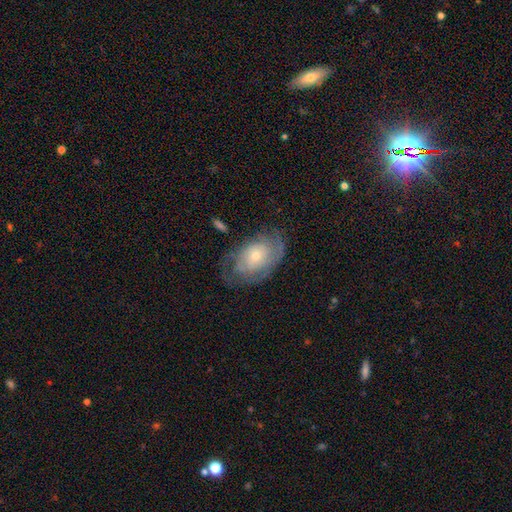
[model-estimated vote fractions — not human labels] Q: Smooth or featured?
A: featured or disk (65%); runner-up: smooth (28%)
Q: Edge-on disk?
A: no (95%); runner-up: yes (5%)
Q: Bar?
A: no (80%); runner-up: weak (17%)
Q: Spiral arms?
A: yes (75%); runner-up: no (25%)
Q: Bulge size?
A: small (56%); runner-up: moderate (37%)
Q: Merging?
A: none (63%); runner-up: minor disturbance (22%)